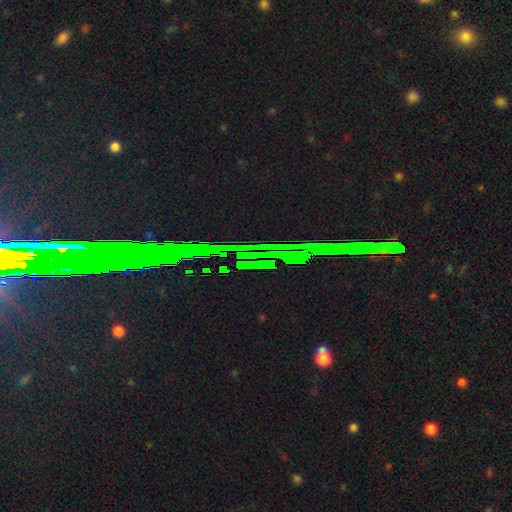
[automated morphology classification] A star or artifact, not a galaxy (81%).